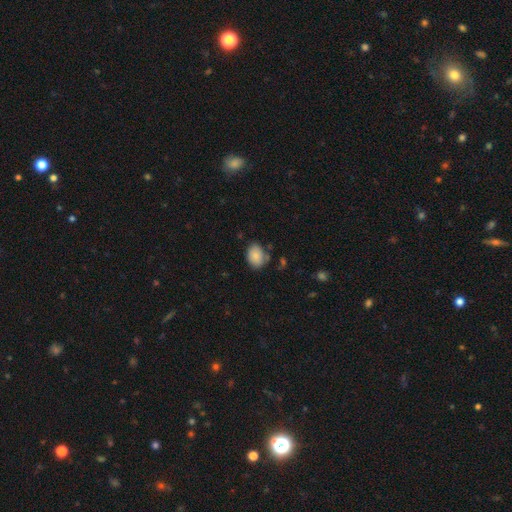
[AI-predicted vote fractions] Q: Smooth or featured?
A: smooth (85%); runner-up: star or artifact (8%)
Q: How rounded?
A: in between (70%); runner-up: round (29%)
Q: Merging?
A: none (72%); runner-up: minor disturbance (19%)